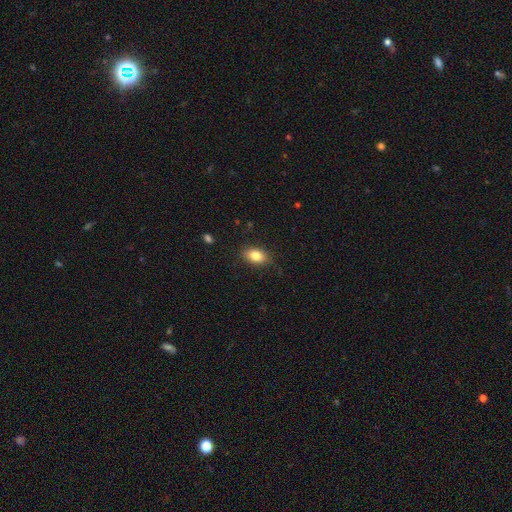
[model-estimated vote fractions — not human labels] Smooth or featured? Predicted: smooth (p=0.81). How rounded? Predicted: in between (p=0.85). Merging? Predicted: none (p=0.87).